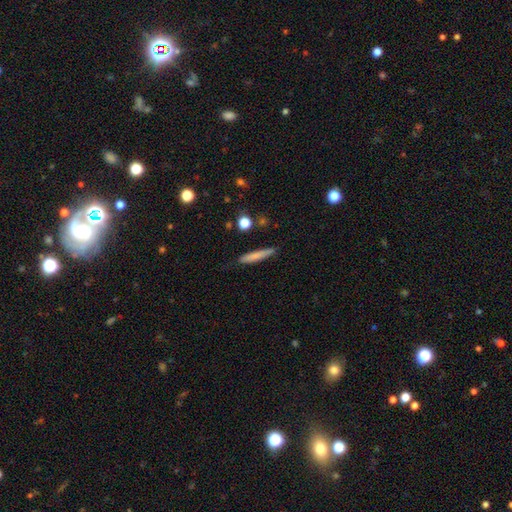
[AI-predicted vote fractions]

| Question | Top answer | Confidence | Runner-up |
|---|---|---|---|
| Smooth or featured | smooth | 74% | featured or disk (19%) |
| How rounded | cigar-shaped | 93% | in between (5%) |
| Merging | none | 84% | minor disturbance (12%) |